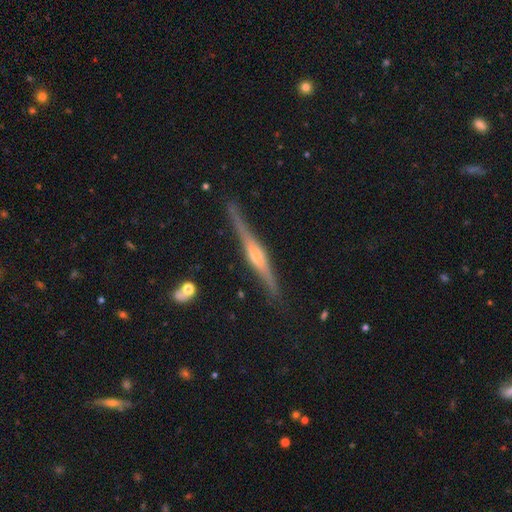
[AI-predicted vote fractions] Morphology: type=featured or disk (80%); edge-on=yes (98%); edge-on bulge=rounded (71%); merging=none (86%).